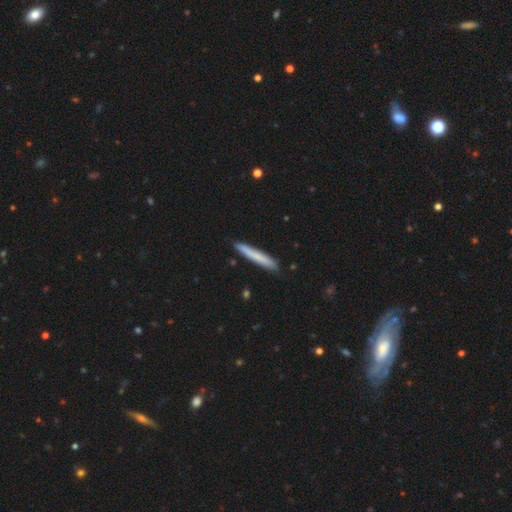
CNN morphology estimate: Smooth or featured?
  - smooth: 72% *
  - featured or disk: 22%
  - star or artifact: 6%
How rounded?
  - cigar-shaped: 96% *
  - in between: 3%
  - round: 1%
Merging?
  - none: 88% *
  - minor disturbance: 9%
  - merger: 2%
  - major disturbance: 1%